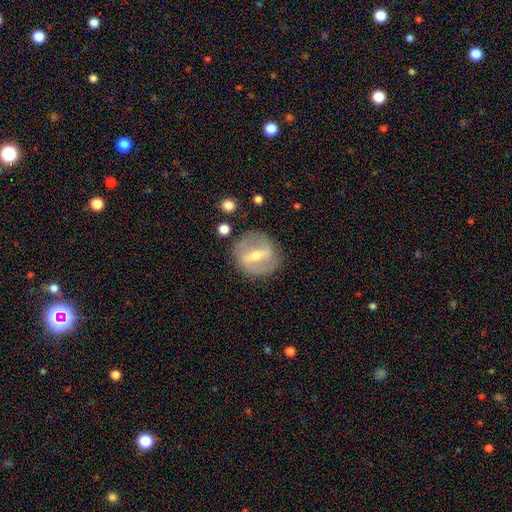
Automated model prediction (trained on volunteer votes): smooth_or_featured: featured or disk (p=0.71) [alt: smooth p=0.22]
disk_edge_on: no (p=0.90) [alt: yes p=0.10]
bar: strong (p=0.61) [alt: weak p=0.30]
has_spiral_arms: yes (p=0.51) [alt: no p=0.49]
bulge_size: moderate (p=0.60) [alt: small p=0.34]
merging: none (p=0.80) [alt: minor disturbance p=0.13]